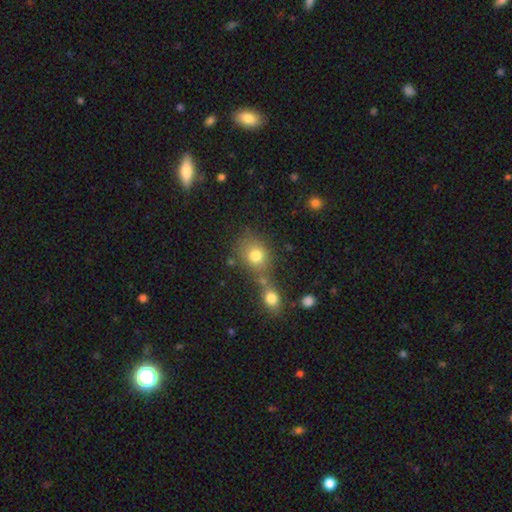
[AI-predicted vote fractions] Smooth or featured? Predicted: smooth (p=0.76). How rounded? Predicted: round (p=0.62). Merging? Predicted: none (p=0.51).